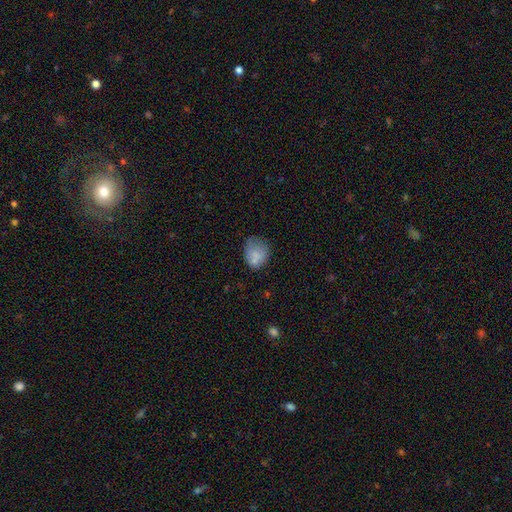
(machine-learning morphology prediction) This is likely a smooth galaxy (77%). How rounded: possibly round (58%). Merging: possibly none (51%).